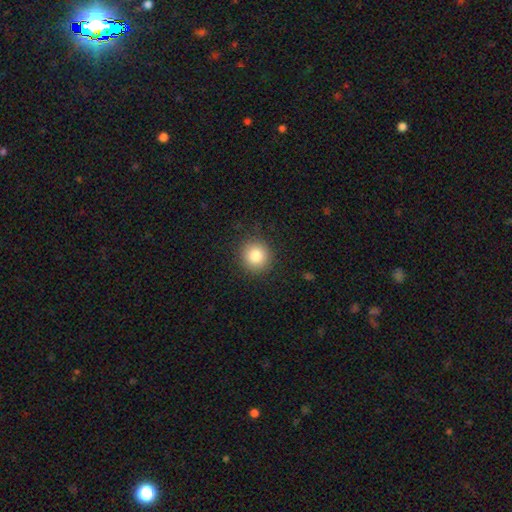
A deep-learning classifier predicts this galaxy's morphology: Smooth or featured?
  - smooth: 82% *
  - star or artifact: 10%
  - featured or disk: 7%
How rounded?
  - round: 92% *
  - in between: 7%
  - cigar-shaped: 1%
Merging?
  - none: 89% *
  - minor disturbance: 7%
  - major disturbance: 2%
  - merger: 1%